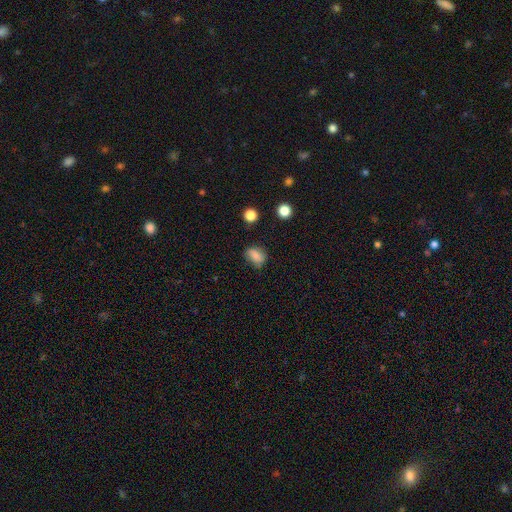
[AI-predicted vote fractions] A smooth galaxy with no disk features (80%) that is in between round and cigar-shaped (72%).

Vote fractions:
- Smooth or featured? smooth: 80% / star or artifact: 11% / featured or disk: 9%
- How rounded? in between: 72% / round: 25% / cigar-shaped: 2%
- Merging? none: 64% / minor disturbance: 26% / major disturbance: 7% / merger: 2%